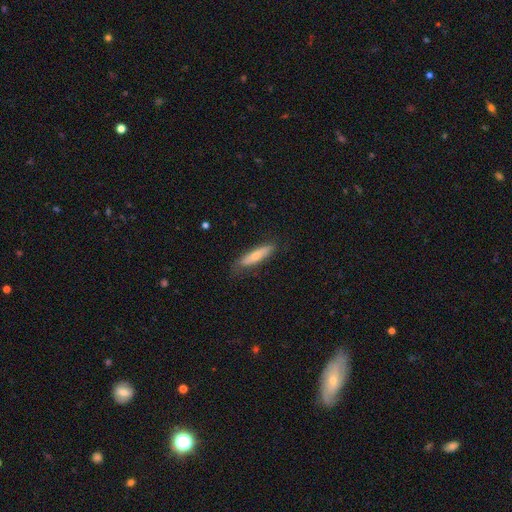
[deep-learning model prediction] A smooth galaxy with no disk features (64%) that is cigar-shaped (71%). Merging: none (76%).